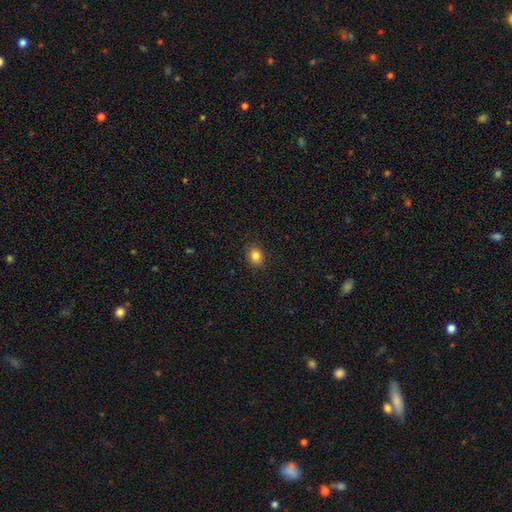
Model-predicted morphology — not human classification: Smooth or featured?
  - smooth: 84% *
  - star or artifact: 11%
  - featured or disk: 5%
How rounded?
  - round: 66% *
  - in between: 33%
  - cigar-shaped: 1%
Merging?
  - none: 90% *
  - minor disturbance: 7%
  - major disturbance: 2%
  - merger: 1%